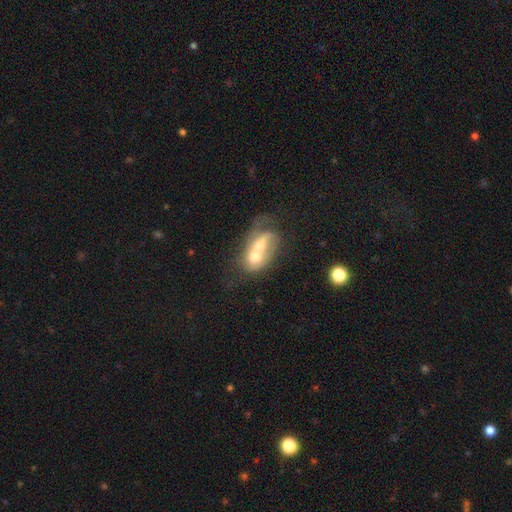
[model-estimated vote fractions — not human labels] Smooth or featured: featured or disk — 49% (smooth — 43%)
Merging: merger — 77% (none — 10%)